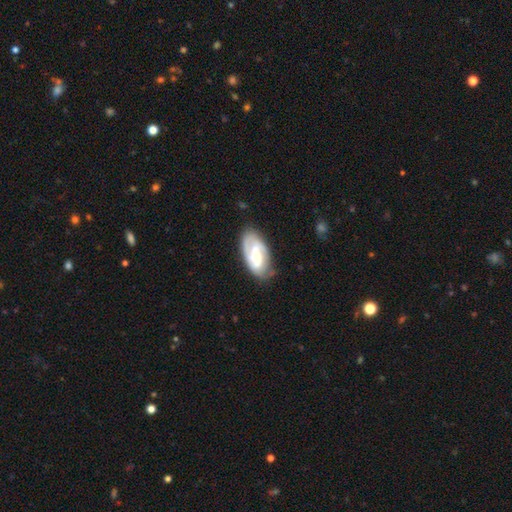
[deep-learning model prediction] smooth_or_featured: featured or disk (p=0.63) [alt: smooth p=0.30]
disk_edge_on: no (p=0.96) [alt: yes p=0.04]
bar: no (p=0.45) [alt: weak p=0.41]
has_spiral_arms: yes (p=0.87) [alt: no p=0.13]
spiral_winding: medium (p=0.42) [alt: tight p=0.41]
spiral_arm_count: 2 (p=0.51) [alt: can't tell p=0.24]
bulge_size: moderate (p=0.35) [alt: small p=0.34]
merging: none (p=0.65) [alt: minor disturbance p=0.24]